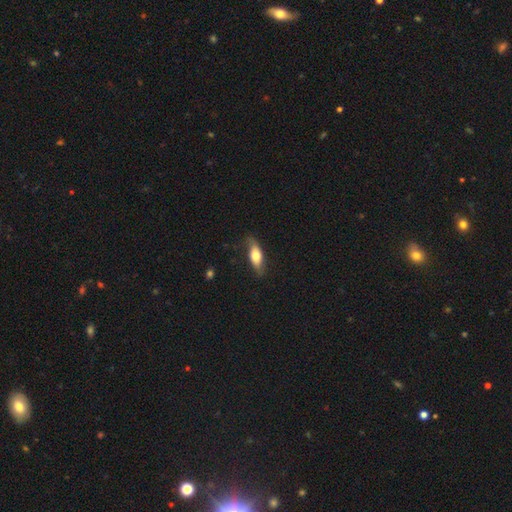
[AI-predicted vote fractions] The model was most divided on "smooth or featured": smooth: 59%, featured or disk: 35%, star or artifact: 6%. More confident: merging — none (72%); how rounded — in between (67%).